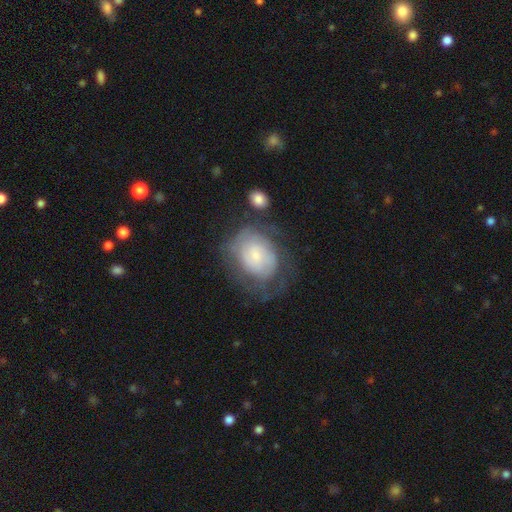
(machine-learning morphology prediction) This is possibly a featured or disk galaxy (50%). It is clearly not viewed edge-on (96%). Merging: marginally none (45%).